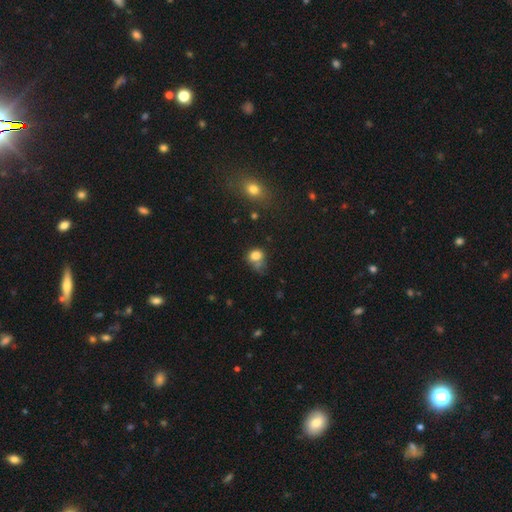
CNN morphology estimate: smooth 78%, star or artifact 12%, featured or disk 10%. Down the decision tree: how rounded — round (62%); merging — none (40%).